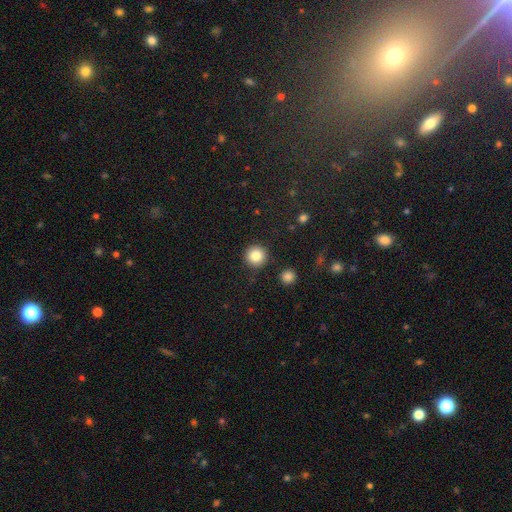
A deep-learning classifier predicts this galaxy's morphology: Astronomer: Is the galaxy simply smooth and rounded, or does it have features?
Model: smooth — 84%.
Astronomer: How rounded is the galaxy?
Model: round — 95%.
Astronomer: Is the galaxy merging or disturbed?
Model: none — 90%.